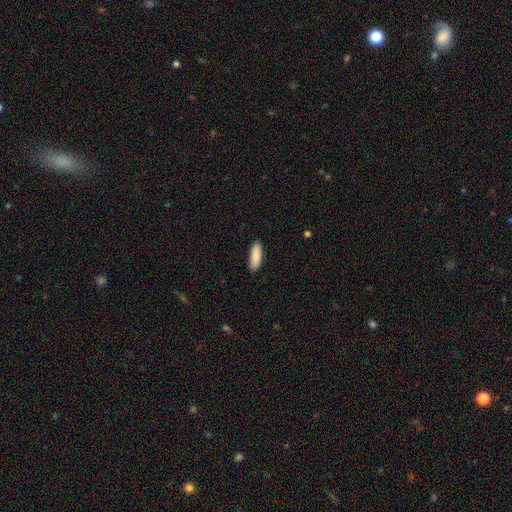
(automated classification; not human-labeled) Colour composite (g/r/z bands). It shows a smooth galaxy with no disk features (90%) that is in between round and cigar-shaped (58%). Merging: none (89%).